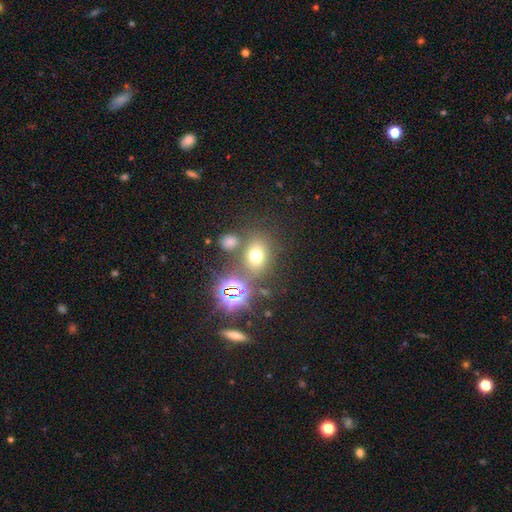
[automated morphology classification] Smooth or featured? Predicted: smooth (p=0.61). How rounded? Predicted: in between (p=0.50). Merging? Predicted: none (p=0.70).